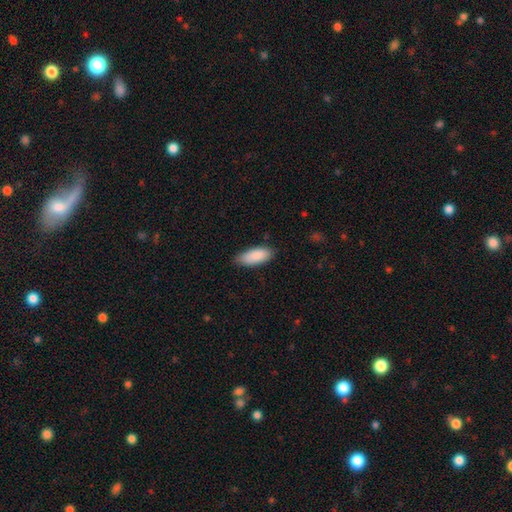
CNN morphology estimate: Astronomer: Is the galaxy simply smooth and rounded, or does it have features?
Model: smooth — 89%.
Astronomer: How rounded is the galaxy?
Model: in between — 83%.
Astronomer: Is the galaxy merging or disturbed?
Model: none — 78%.